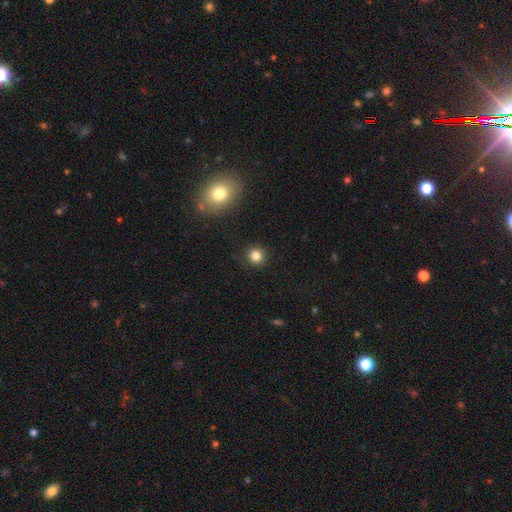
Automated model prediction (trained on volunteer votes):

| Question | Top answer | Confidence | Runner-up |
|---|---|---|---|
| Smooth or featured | smooth | 82% | star or artifact (12%) |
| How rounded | round | 91% | in between (8%) |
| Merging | none | 90% | minor disturbance (6%) |